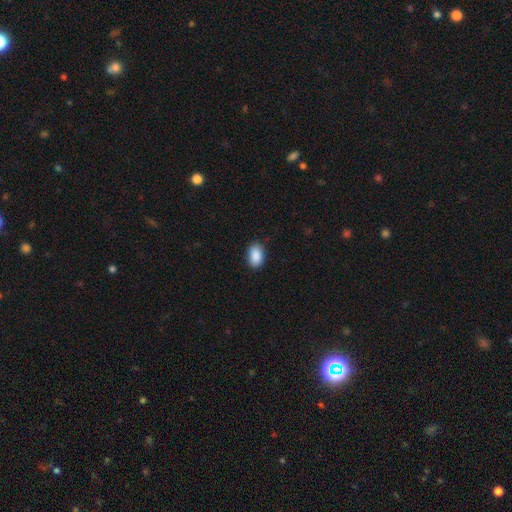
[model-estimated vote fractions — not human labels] Morphology: type=smooth (90%); roundness=in between (90%); merging=none (86%).